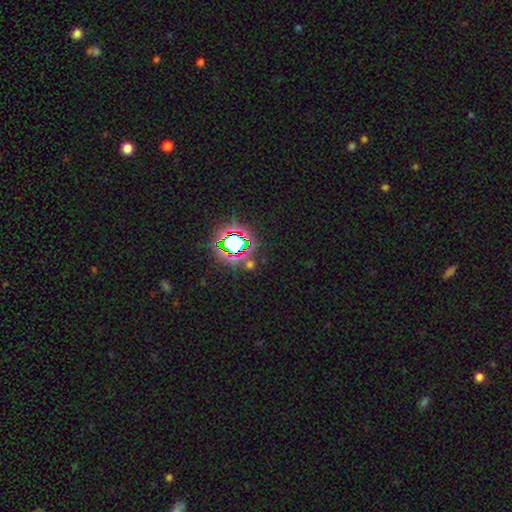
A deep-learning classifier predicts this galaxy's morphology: Smooth or featured: star or artifact — 79% (smooth — 13%)